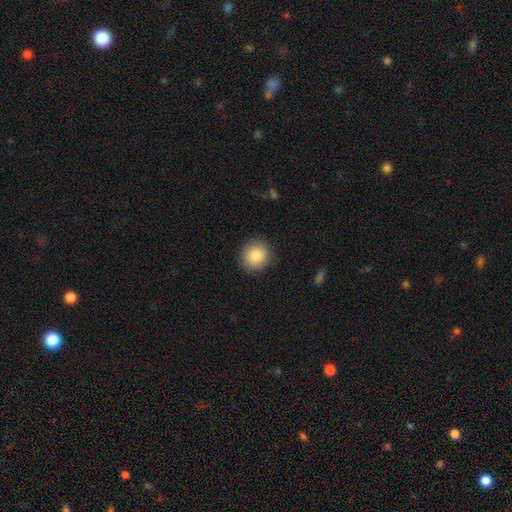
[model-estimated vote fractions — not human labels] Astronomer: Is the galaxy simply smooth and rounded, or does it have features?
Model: smooth — 87%.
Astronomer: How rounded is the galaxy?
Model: round — 92%.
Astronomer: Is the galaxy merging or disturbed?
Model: none — 89%.